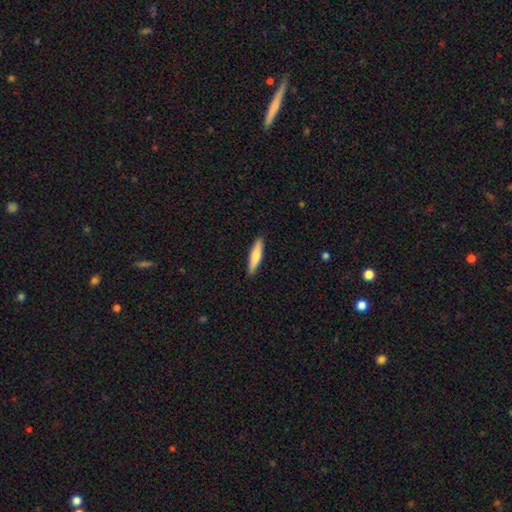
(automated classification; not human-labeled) Q: Smooth or featured?
A: smooth (63%); runner-up: featured or disk (32%)
Q: How rounded?
A: cigar-shaped (81%); runner-up: in between (17%)
Q: Merging?
A: none (91%); runner-up: minor disturbance (7%)